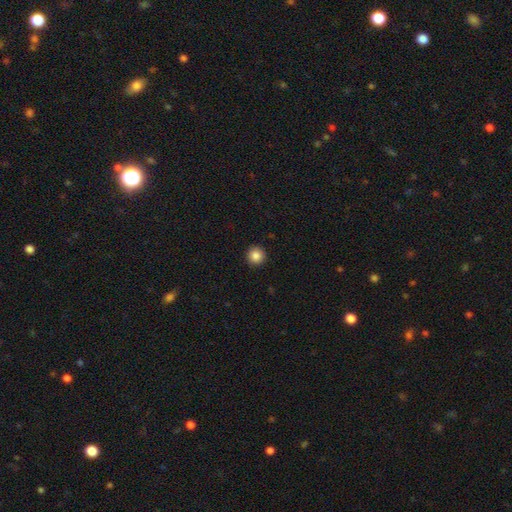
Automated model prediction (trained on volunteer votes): smooth 86%, star or artifact 10%, featured or disk 4%. Down the decision tree: how rounded — round (95%); merging — none (93%).